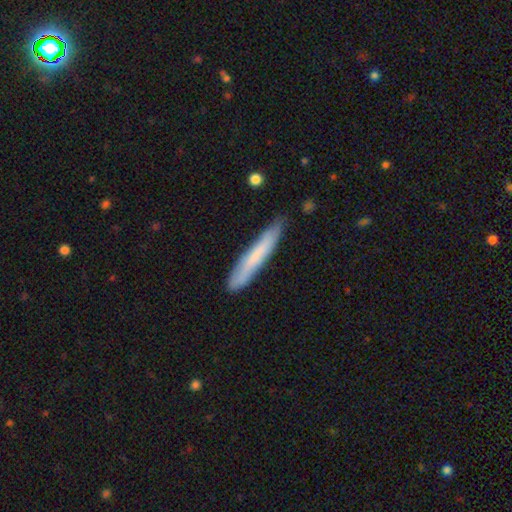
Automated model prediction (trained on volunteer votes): This is likely a smooth galaxy (68%). How rounded: clearly cigar-shaped (94%). Merging: likely none (79%).